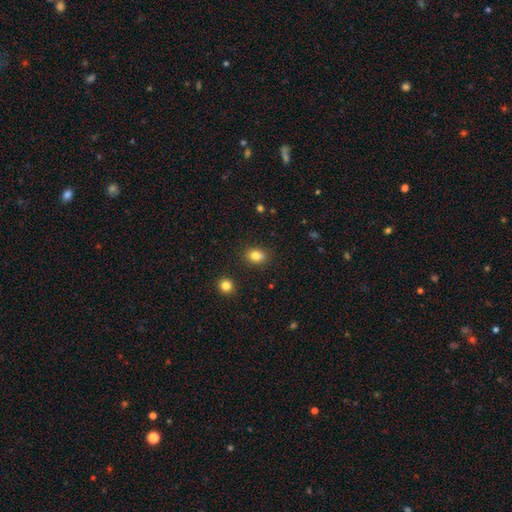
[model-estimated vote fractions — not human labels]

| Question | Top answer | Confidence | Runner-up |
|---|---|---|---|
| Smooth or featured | smooth | 83% | star or artifact (10%) |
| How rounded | in between | 65% | round (34%) |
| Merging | none | 83% | minor disturbance (11%) |